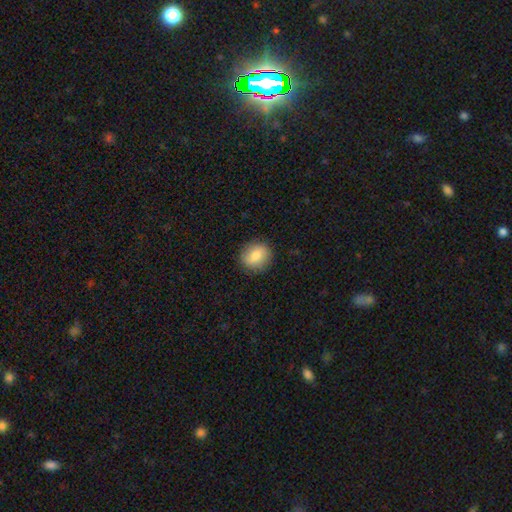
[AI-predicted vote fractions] smooth 78%, featured or disk 14%, star or artifact 8%. Down the decision tree: how rounded — round (77%); merging — none (88%).